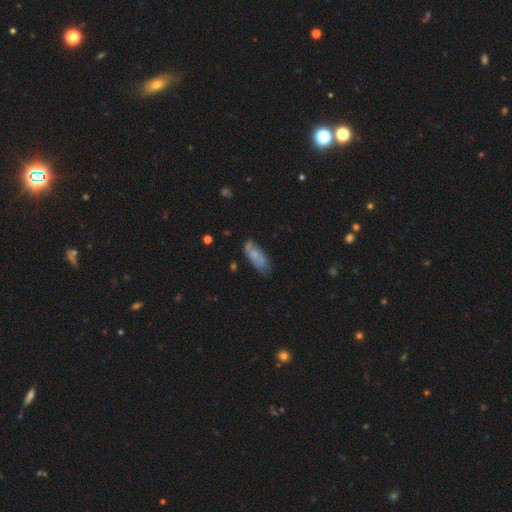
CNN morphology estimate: Smooth or featured: smooth — 69% (featured or disk — 23%)
How rounded: in between — 70% (cigar-shaped — 28%)
Merging: none — 64% (minor disturbance — 25%)